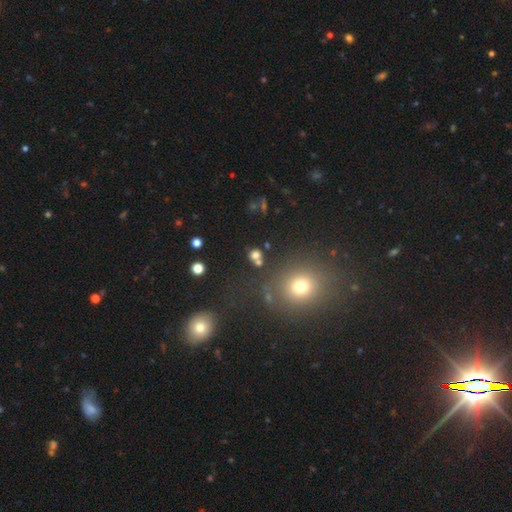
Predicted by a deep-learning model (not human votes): Morphology: type=smooth (70%); roundness=round (77%); merging=none (68%).